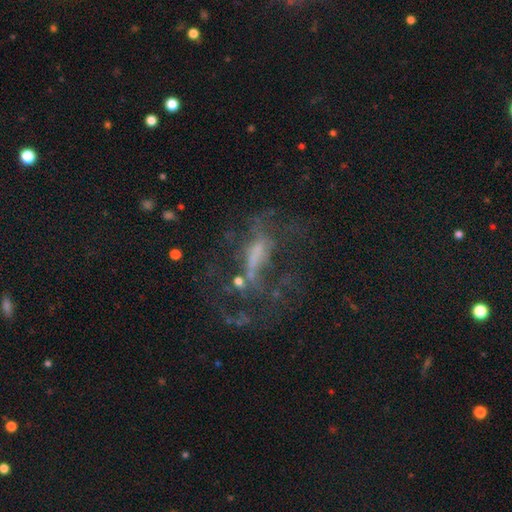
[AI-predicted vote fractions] Smooth or featured? featured or disk (62%)
Edge-on disk? no (91%)
Bar? no (48%)
Spiral arms? no (61%)
Bulge size? none (40%)
Merging? major disturbance (39%)